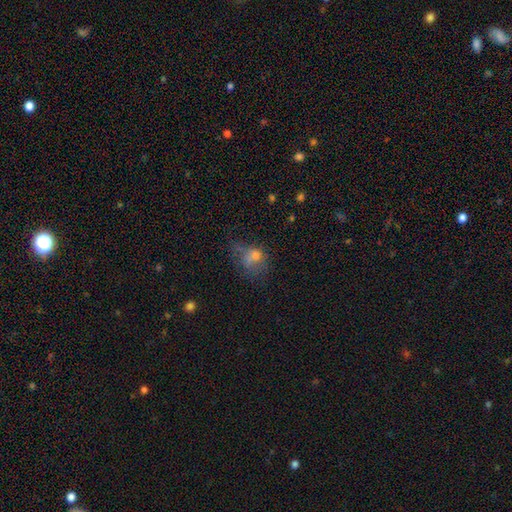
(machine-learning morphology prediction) smooth_or_featured: smooth (p=0.57) [alt: featured or disk p=0.23]
how_rounded: round (p=0.53) [alt: in between p=0.45]
merging: none (p=0.36) [alt: major disturbance p=0.33]